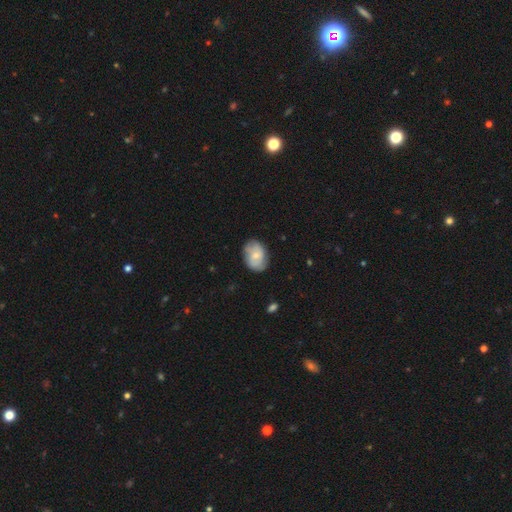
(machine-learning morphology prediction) Overall: smooth (56%; featured or disk 37%). How rounded: in between (75%). Merging: none (75%).